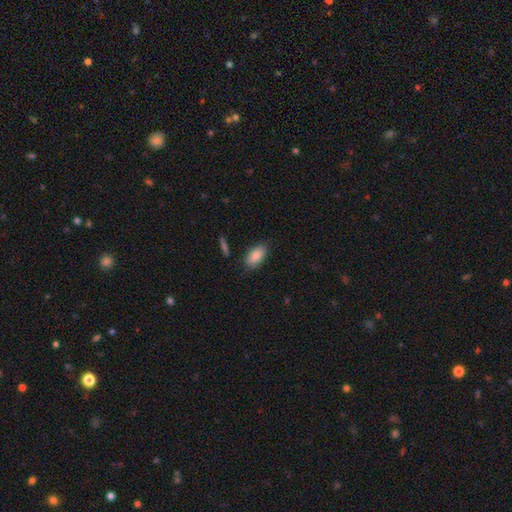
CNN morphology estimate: A smooth galaxy with no disk features (86%) that is in between round and cigar-shaped (92%). Merging: none (82%).